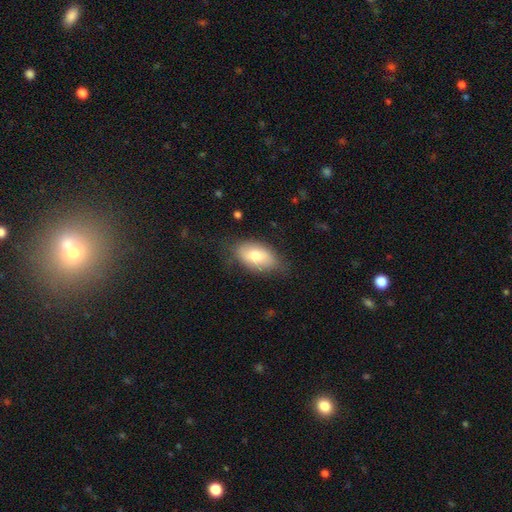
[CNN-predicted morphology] A smooth galaxy with no disk features (71%) that is in between round and cigar-shaped (93%). Merging: none (72%).